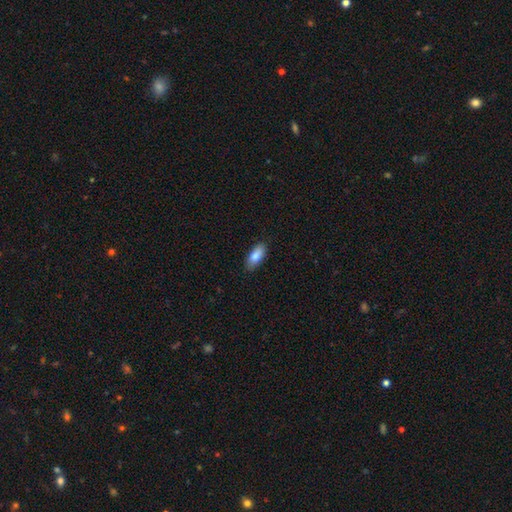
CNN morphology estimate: A smooth galaxy with no disk features (85%) that is in between round and cigar-shaped (82%).

Vote fractions:
- Smooth or featured? smooth: 85% / featured or disk: 9% / star or artifact: 6%
- How rounded? in between: 82% / cigar-shaped: 16% / round: 2%
- Merging? none: 86% / minor disturbance: 11% / major disturbance: 2% / merger: 1%